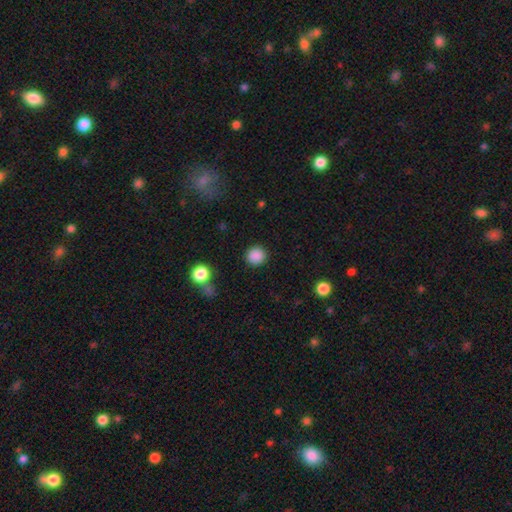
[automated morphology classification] This appears to be a smooth galaxy with no disk features (87%) that is round (92%). Merging: none (89%).